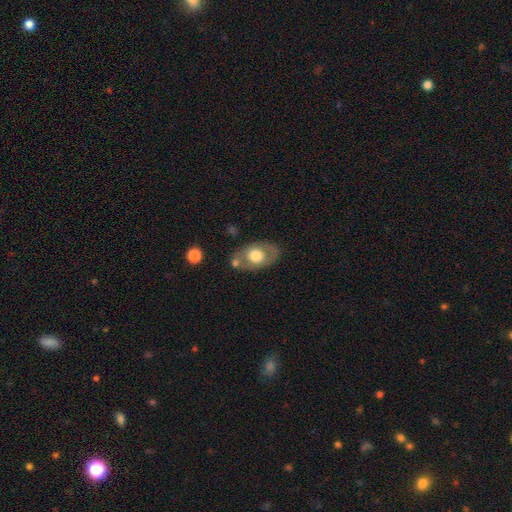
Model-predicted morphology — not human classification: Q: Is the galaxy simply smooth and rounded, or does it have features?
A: smooth — 53%.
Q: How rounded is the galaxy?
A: in between — 83%.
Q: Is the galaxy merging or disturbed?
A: none — 69%.